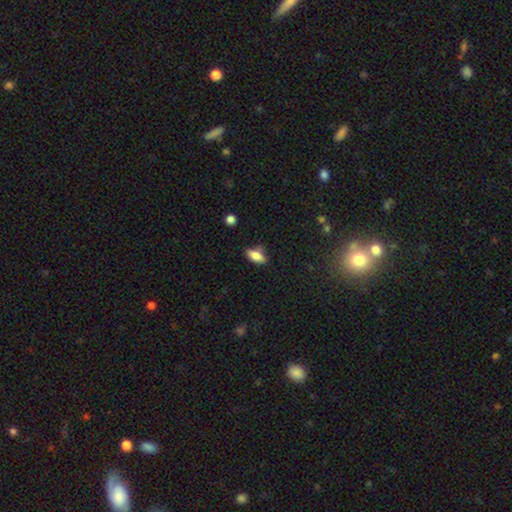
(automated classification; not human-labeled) Smooth or featured? smooth (81%)
How rounded? in between (86%)
Merging? none (71%)